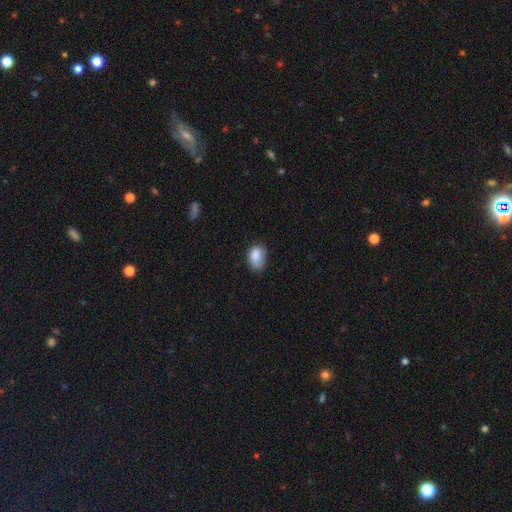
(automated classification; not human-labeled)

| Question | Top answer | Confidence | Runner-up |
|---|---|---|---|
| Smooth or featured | smooth | 85% | star or artifact (8%) |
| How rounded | in between | 86% | round (12%) |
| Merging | none | 61% | minor disturbance (31%) |